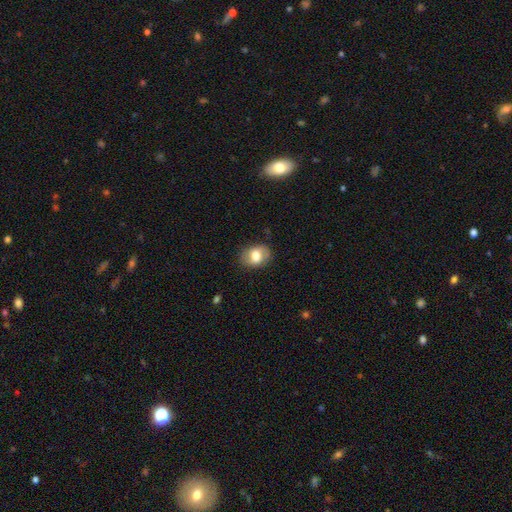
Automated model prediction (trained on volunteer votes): A smooth galaxy with no disk features (66%) that is in between round and cigar-shaped (68%). Merging: none (79%).